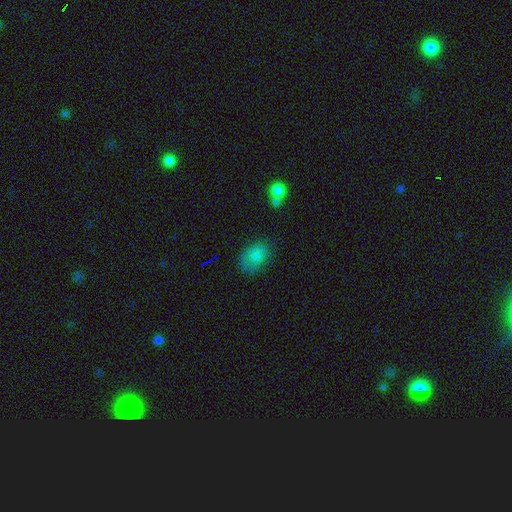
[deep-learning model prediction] Overall: smooth (79%). How rounded: in between (79%). Merging: none (63%; minor disturbance 25%).